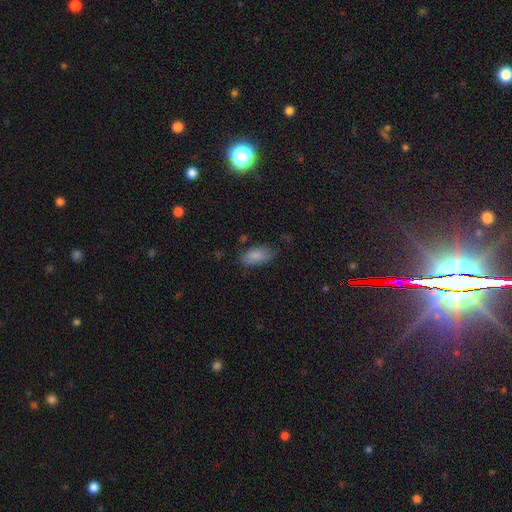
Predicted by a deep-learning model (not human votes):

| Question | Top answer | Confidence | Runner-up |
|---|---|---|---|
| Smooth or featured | smooth | 85% | featured or disk (8%) |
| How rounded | in between | 91% | cigar-shaped (6%) |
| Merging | none | 64% | minor disturbance (27%) |